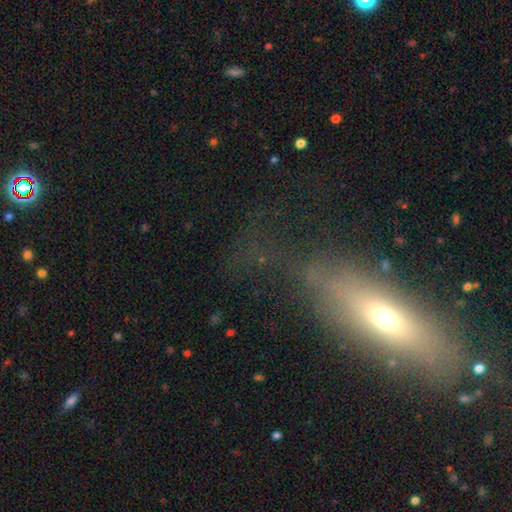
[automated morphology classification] Smooth or featured? smooth (44%)
Merging? none (43%)